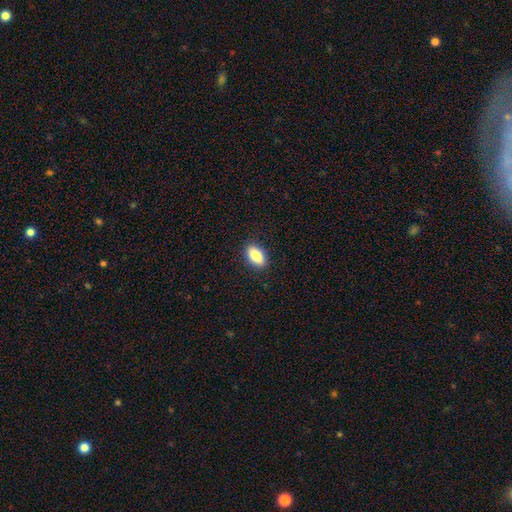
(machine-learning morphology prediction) Smooth or featured? Predicted: smooth (p=0.82). How rounded? Predicted: in between (p=0.89). Merging? Predicted: none (p=0.89).